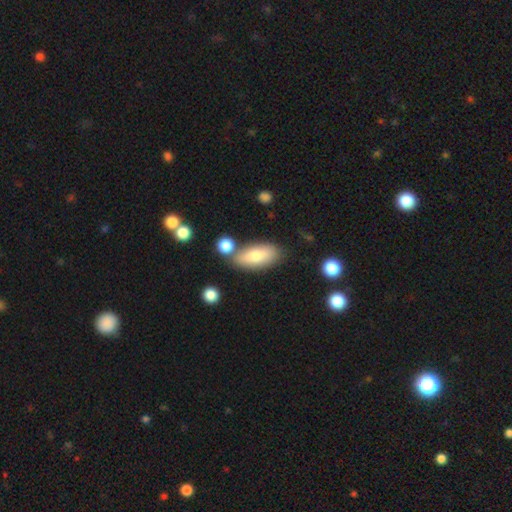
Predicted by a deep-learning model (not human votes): smooth_or_featured: smooth (p=0.72) [alt: featured or disk p=0.21]
how_rounded: in between (p=0.80) [alt: cigar-shaped p=0.17]
merging: none (p=0.69) [alt: minor disturbance p=0.14]